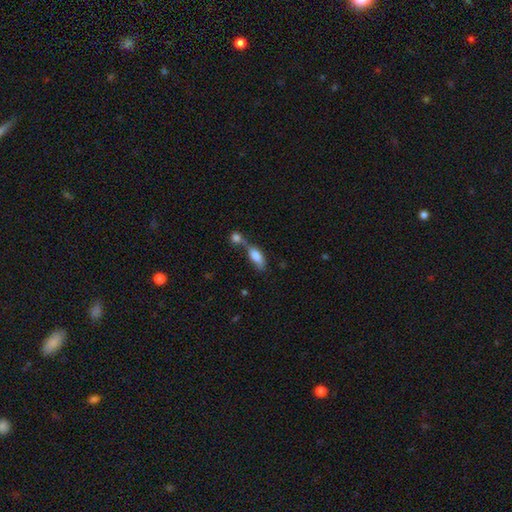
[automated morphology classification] smooth 78%, featured or disk 14%, star or artifact 7%. Down the decision tree: how rounded — in between (79%); merging — merger (54%).